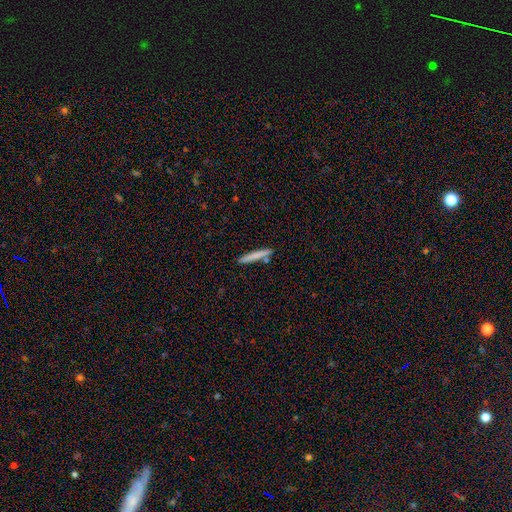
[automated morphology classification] Smooth or featured? Predicted: smooth (p=0.75). How rounded? Predicted: cigar-shaped (p=0.95). Merging? Predicted: none (p=0.85).